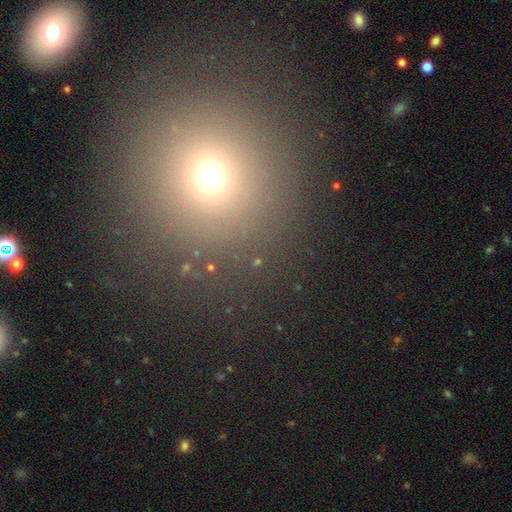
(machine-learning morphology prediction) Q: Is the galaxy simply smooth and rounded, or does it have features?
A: smooth — 64%.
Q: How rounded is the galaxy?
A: round — 94%.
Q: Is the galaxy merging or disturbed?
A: none — 87%.